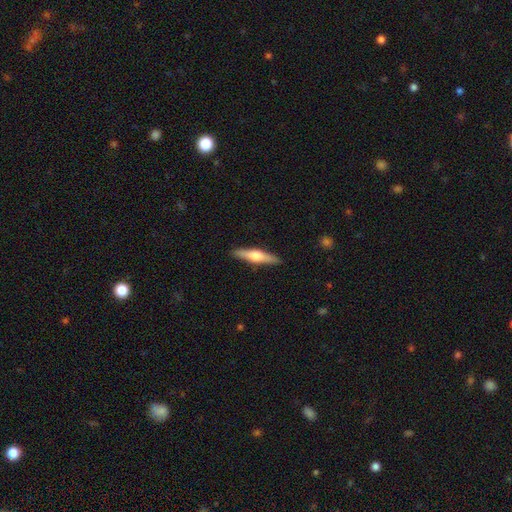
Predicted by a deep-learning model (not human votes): The model was most divided on "smooth or featured": featured or disk: 54%, smooth: 41%, star or artifact: 5%. More confident: edge-on disk — yes (96%); edge-on bulge — rounded (90%); merging — none (90%).